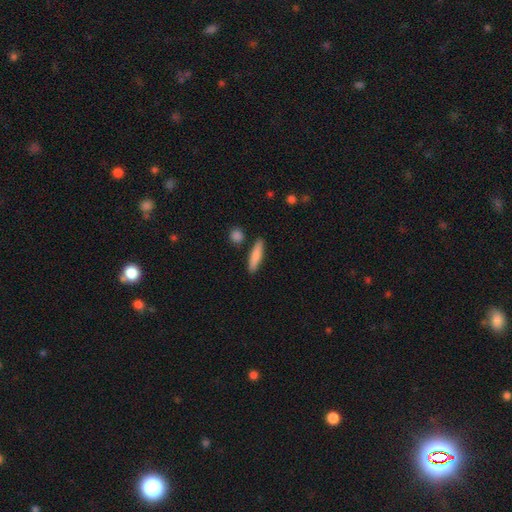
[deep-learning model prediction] A smooth galaxy with no disk features (80%) that is cigar-shaped (80%). Merging: none (86%).